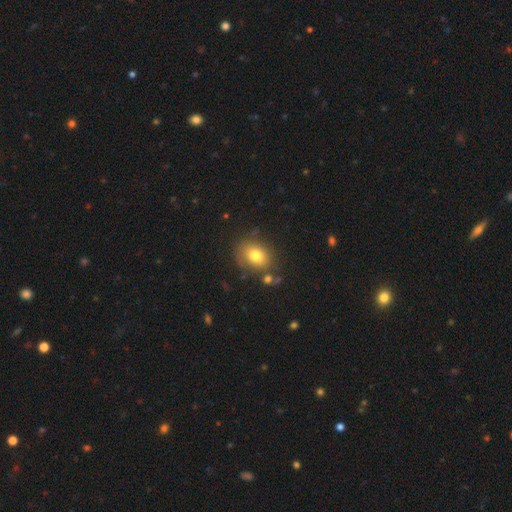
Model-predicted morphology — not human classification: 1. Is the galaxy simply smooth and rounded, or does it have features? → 76% smooth, 13% featured or disk, 11% star or artifact.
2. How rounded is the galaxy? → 51% in between, 48% round, 1% cigar-shaped.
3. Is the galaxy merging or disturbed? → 73% none, 16% minor disturbance, 6% merger, 5% major disturbance.